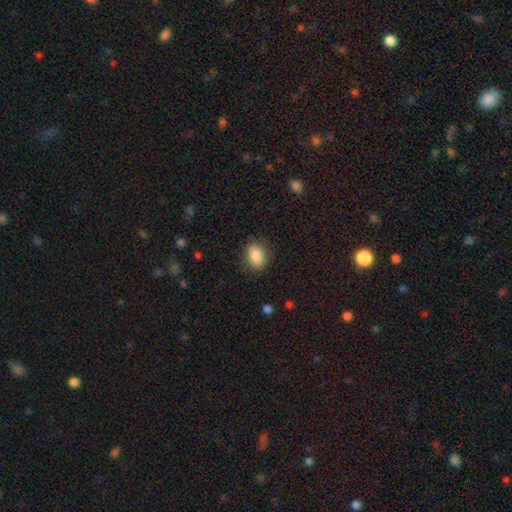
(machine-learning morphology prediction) Overall: smooth (86%). How rounded: in between (74%). Merging: none (84%).